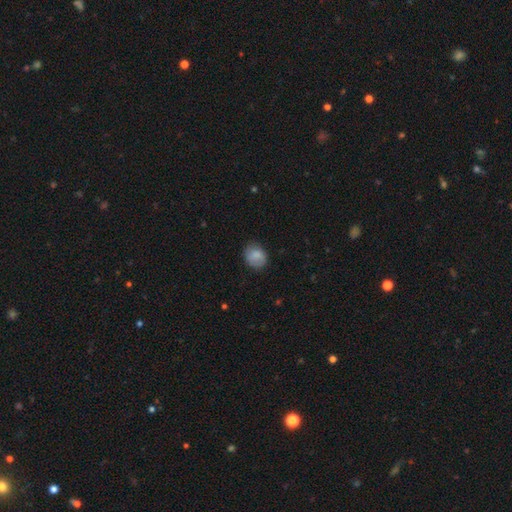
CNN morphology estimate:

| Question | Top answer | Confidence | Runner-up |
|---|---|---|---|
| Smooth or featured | smooth | 83% | featured or disk (10%) |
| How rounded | round | 56% | in between (43%) |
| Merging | none | 75% | minor disturbance (19%) |